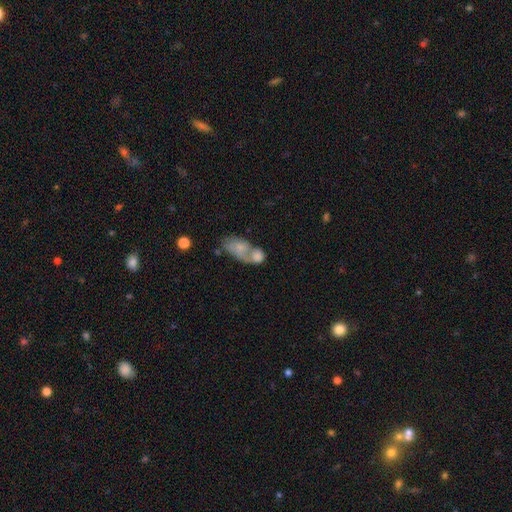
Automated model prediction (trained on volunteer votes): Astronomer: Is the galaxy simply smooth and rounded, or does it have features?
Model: smooth — 71%.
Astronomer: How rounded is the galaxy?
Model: in between — 71%.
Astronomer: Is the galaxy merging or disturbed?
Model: merger — 66%.